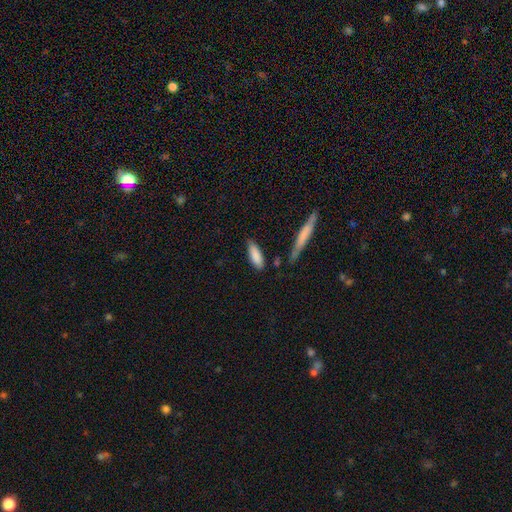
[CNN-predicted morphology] Q: Smooth or featured?
A: smooth (85%); runner-up: featured or disk (9%)
Q: How rounded?
A: in between (57%); runner-up: cigar-shaped (41%)
Q: Merging?
A: none (74%); runner-up: minor disturbance (18%)